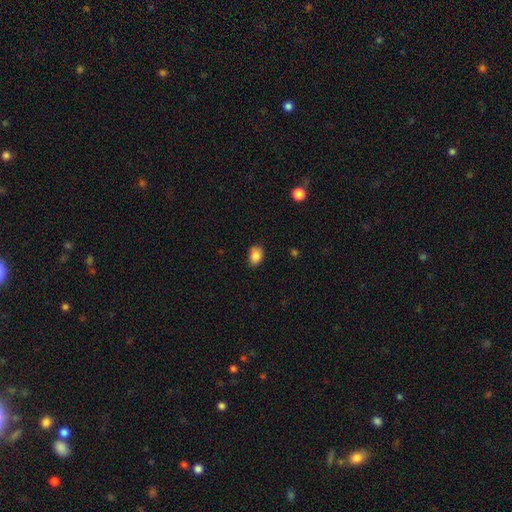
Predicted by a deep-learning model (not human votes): Smooth or featured: smooth — 86% (star or artifact — 9%)
How rounded: in between — 70% (round — 29%)
Merging: none — 78% (minor disturbance — 18%)